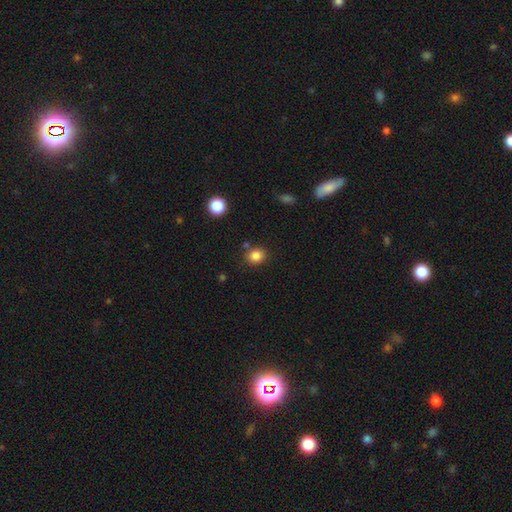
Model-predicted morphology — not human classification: smooth_or_featured: smooth (p=0.84) [alt: star or artifact p=0.11]
how_rounded: round (p=0.73) [alt: in between p=0.26]
merging: none (p=0.81) [alt: minor disturbance p=0.10]